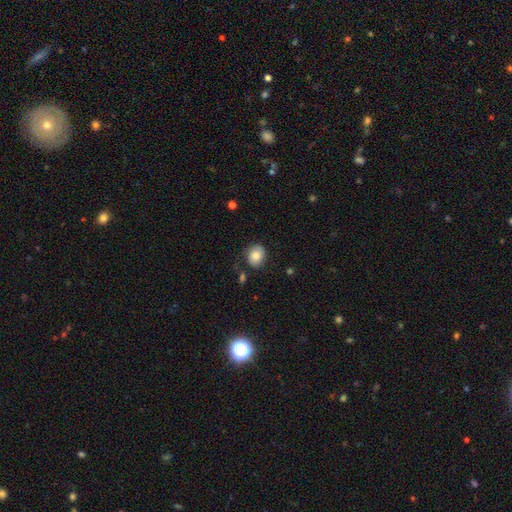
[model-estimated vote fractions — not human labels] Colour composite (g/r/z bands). It shows a smooth galaxy with no disk features (80%) that is round (57%). Merging: none (70%).